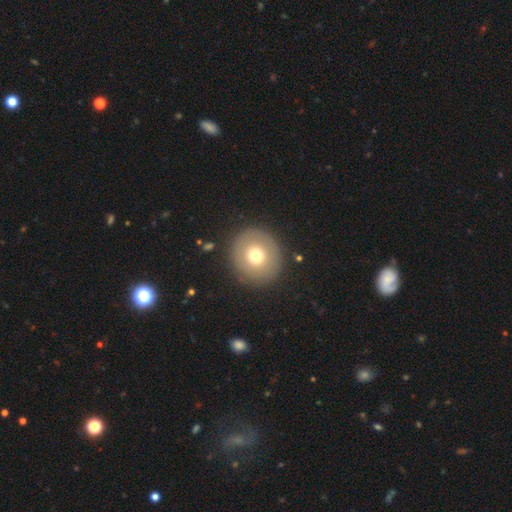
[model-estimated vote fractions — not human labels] smooth 66%, featured or disk 24%, star or artifact 9%. Down the decision tree: how rounded — round (91%); merging — none (88%).